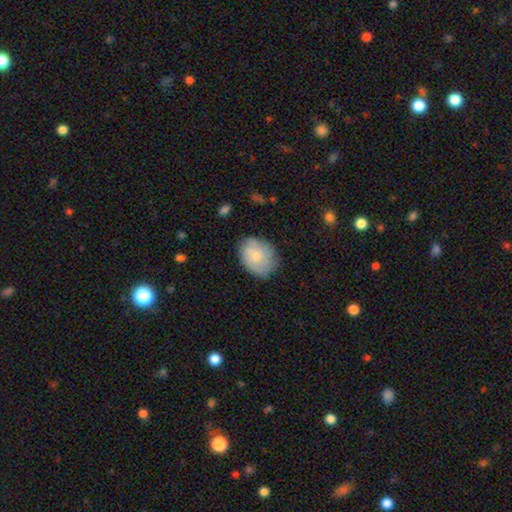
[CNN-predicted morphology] Overall: smooth (64%; featured or disk 29%). How rounded: in between (58%; round 41%). Merging: none (65%; minor disturbance 25%).